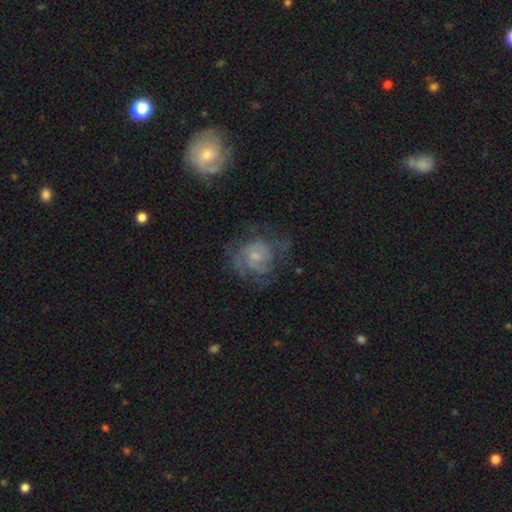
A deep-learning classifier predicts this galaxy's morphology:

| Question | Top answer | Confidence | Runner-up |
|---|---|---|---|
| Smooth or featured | featured or disk | 72% | smooth (20%) |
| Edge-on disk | no | 98% | yes (2%) |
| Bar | no | 64% | weak (32%) |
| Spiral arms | yes | 87% | no (13%) |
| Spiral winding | tight | 50% | medium (37%) |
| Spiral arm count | can't tell | 37% | 2 (31%) |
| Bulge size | small | 60% | moderate (23%) |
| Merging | none | 59% | minor disturbance (20%) |